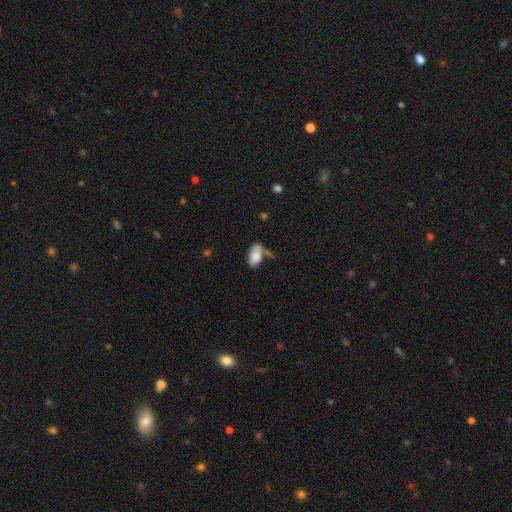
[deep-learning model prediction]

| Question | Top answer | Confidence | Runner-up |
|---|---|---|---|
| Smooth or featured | smooth | 82% | featured or disk (11%) |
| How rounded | in between | 94% | round (3%) |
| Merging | none | 52% | minor disturbance (26%) |